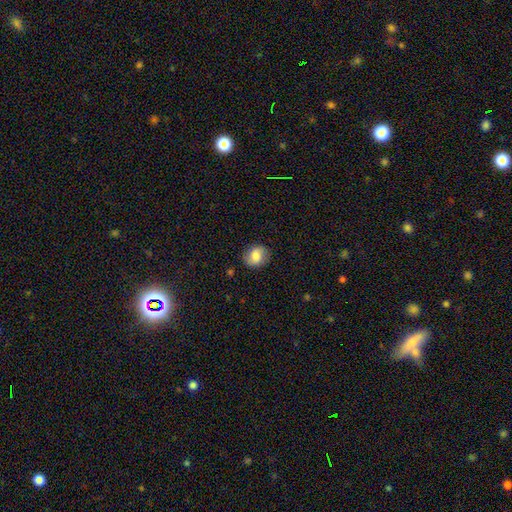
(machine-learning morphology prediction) Smooth or featured?
  - smooth: 72% *
  - featured or disk: 19%
  - star or artifact: 9%
How rounded?
  - round: 63% *
  - in between: 36%
  - cigar-shaped: 1%
Merging?
  - none: 83% *
  - minor disturbance: 12%
  - major disturbance: 3%
  - merger: 1%